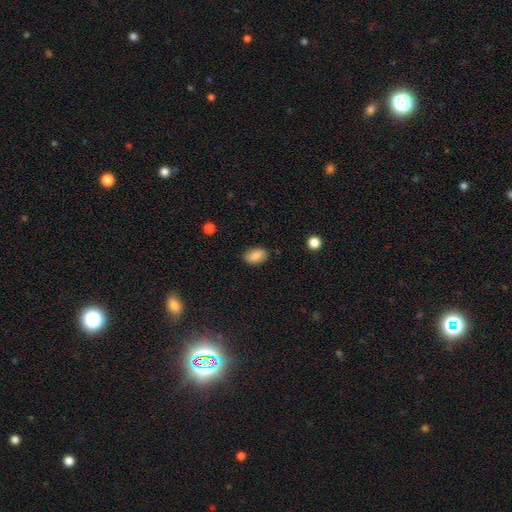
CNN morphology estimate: A smooth galaxy with no disk features (87%) that is in between round and cigar-shaped (92%).

Vote fractions:
- Smooth or featured? smooth: 87% / star or artifact: 8% / featured or disk: 6%
- How rounded? in between: 92% / round: 6% / cigar-shaped: 2%
- Merging? none: 85% / minor disturbance: 11% / major disturbance: 3% / merger: 1%